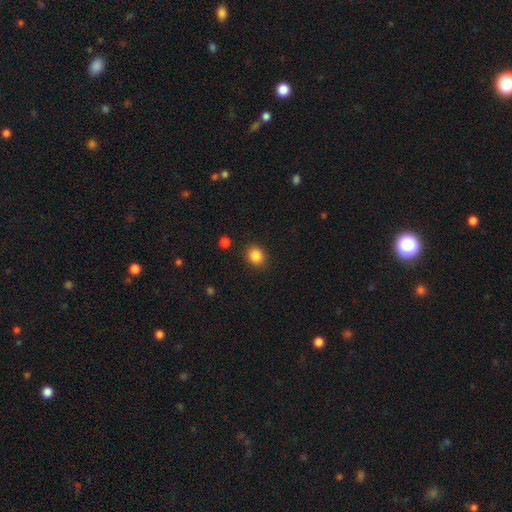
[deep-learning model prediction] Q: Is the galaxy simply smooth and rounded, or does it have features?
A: smooth — 85%.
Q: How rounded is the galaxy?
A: round — 68%.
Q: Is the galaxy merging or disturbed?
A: none — 88%.